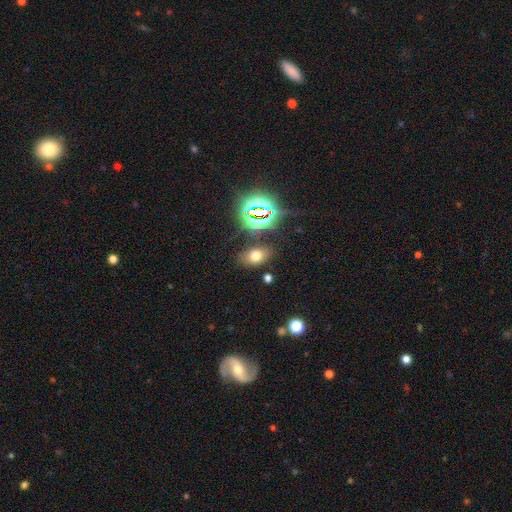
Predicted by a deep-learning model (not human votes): This appears to be a smooth galaxy with no disk features (62%) that is in between round and cigar-shaped (83%). Merging: none (81%).